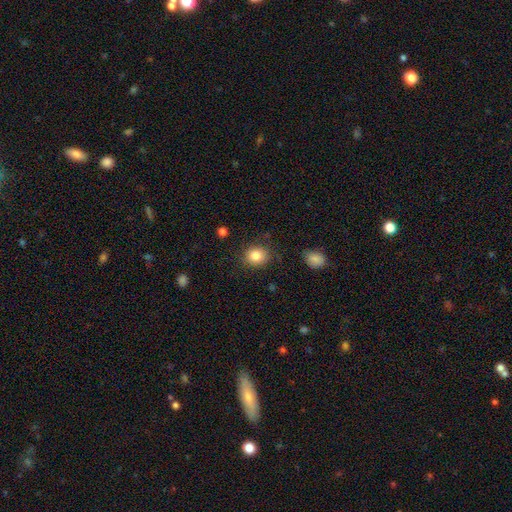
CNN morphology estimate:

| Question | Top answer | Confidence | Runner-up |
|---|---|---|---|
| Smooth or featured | smooth | 85% | star or artifact (9%) |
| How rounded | round | 76% | in between (23%) |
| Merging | none | 82% | minor disturbance (12%) |